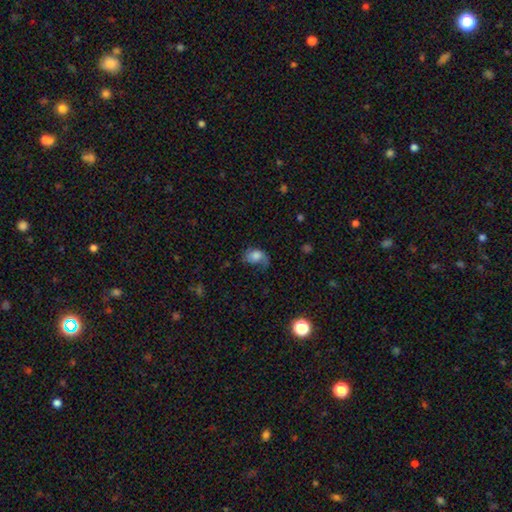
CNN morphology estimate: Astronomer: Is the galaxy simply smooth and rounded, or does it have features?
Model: smooth — 63%.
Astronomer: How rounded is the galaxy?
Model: in between — 73%.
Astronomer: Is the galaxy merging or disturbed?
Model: none — 36% (runner-up: minor disturbance, 32%).